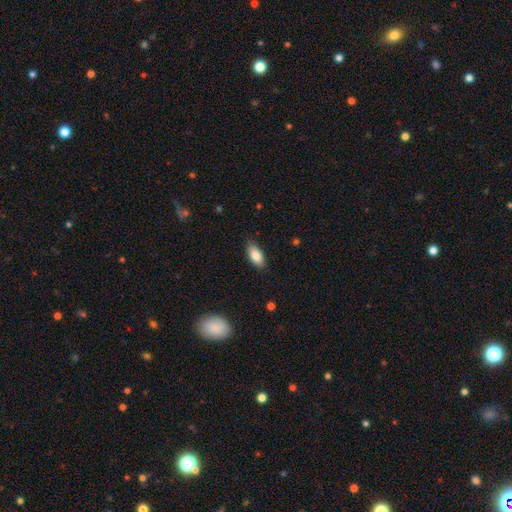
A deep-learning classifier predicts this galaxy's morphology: Smooth or featured? Predicted: smooth (p=0.84). How rounded? Predicted: in between (p=0.90). Merging? Predicted: none (p=0.83).